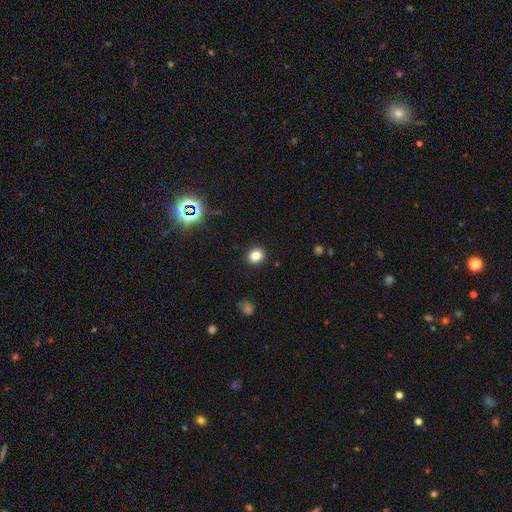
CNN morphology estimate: Smooth or featured? Predicted: smooth (p=0.82). How rounded? Predicted: round (p=0.85). Merging? Predicted: none (p=0.91).